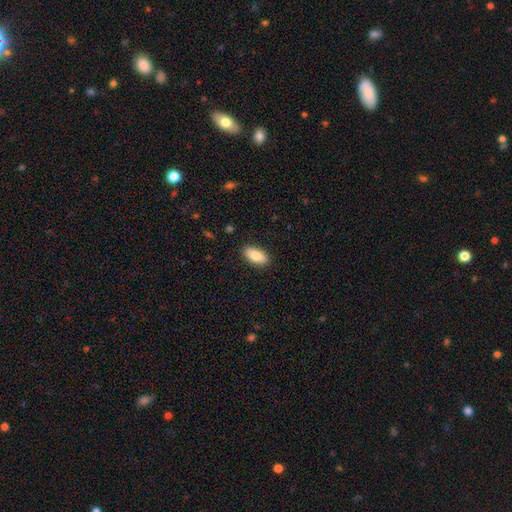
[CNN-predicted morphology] Smooth or featured: smooth — 86% (featured or disk — 8%)
How rounded: in between — 88% (cigar-shaped — 10%)
Merging: none — 88% (minor disturbance — 9%)